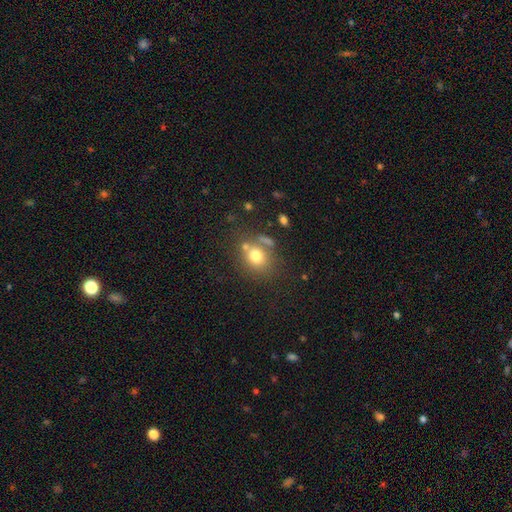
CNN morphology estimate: This is likely a smooth galaxy (74%). How rounded: likely round (66%). Merging: possibly none (59%).